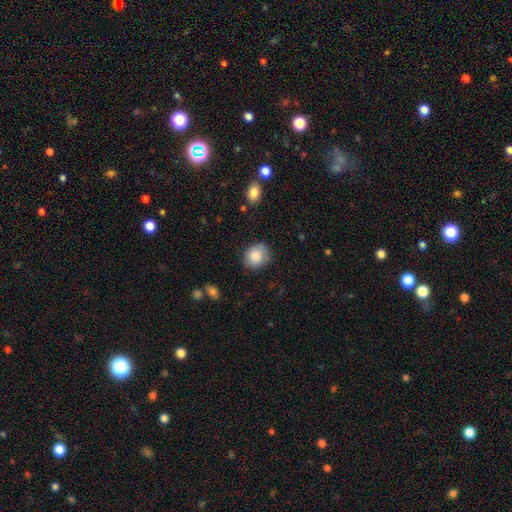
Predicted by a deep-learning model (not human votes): Q: Smooth or featured?
A: smooth (85%); runner-up: star or artifact (8%)
Q: How rounded?
A: round (65%); runner-up: in between (34%)
Q: Merging?
A: none (76%); runner-up: minor disturbance (18%)